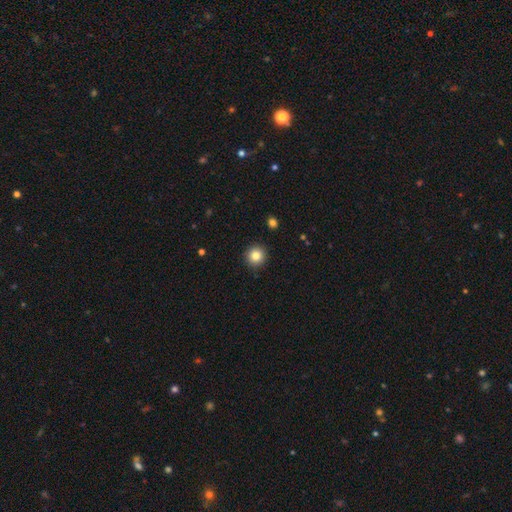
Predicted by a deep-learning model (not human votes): This appears to be a smooth galaxy with no disk features (83%) that is round (94%). Merging: none (92%).